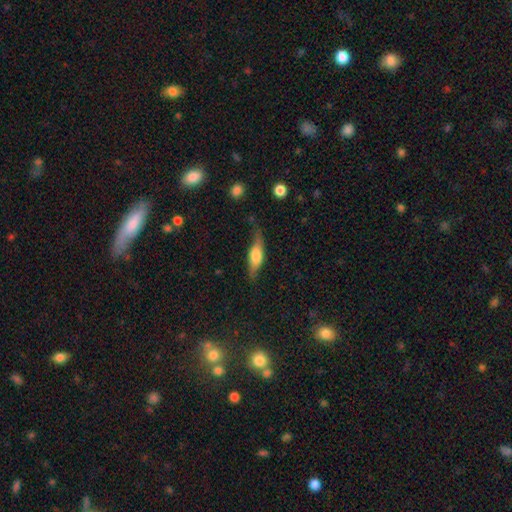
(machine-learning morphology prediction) Q: Smooth or featured?
A: smooth (50%); runner-up: featured or disk (44%)
Q: Merging?
A: none (63%); runner-up: minor disturbance (26%)